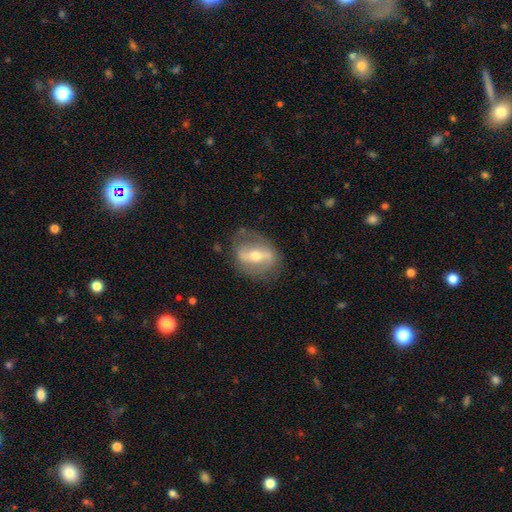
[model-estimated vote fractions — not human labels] The model was most divided on "spiral arms": no: 54%, yes: 46%. More confident: edge-on disk — no (83%); smooth or featured — featured or disk (73%); merging — none (73%); bar — strong (68%); bulge size — moderate (66%).